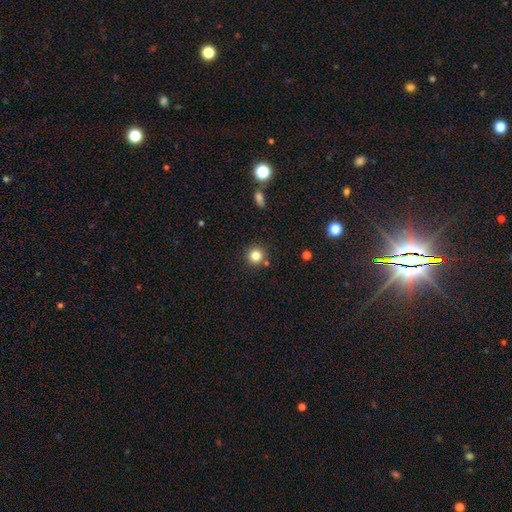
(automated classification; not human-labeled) smooth 82%, star or artifact 12%, featured or disk 6%. Down the decision tree: how rounded — round (94%); merging — none (85%).